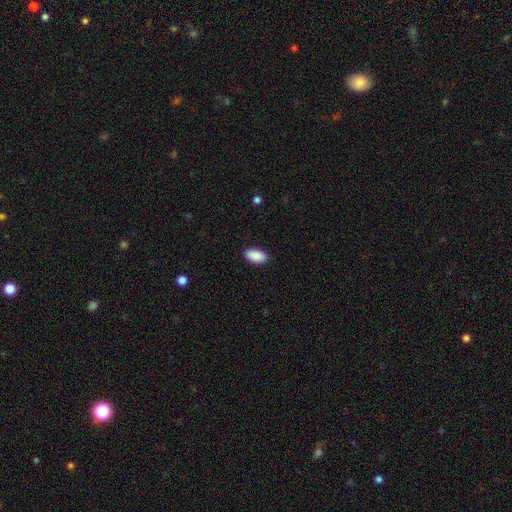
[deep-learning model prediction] Morphology: type=smooth (91%); roundness=in between (95%); merging=none (90%).